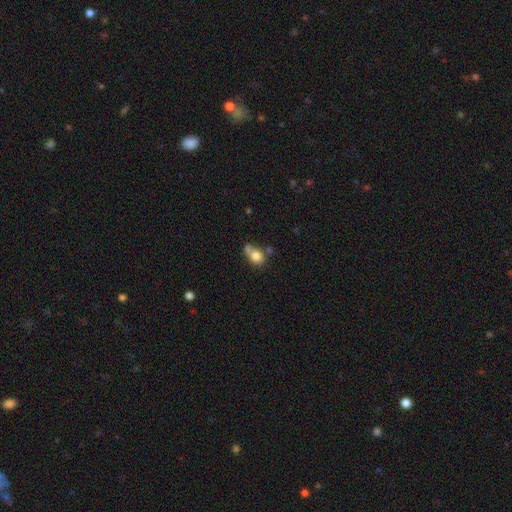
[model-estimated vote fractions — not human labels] Morphology: type=smooth (78%); roundness=round (54%); merging=none (39%).